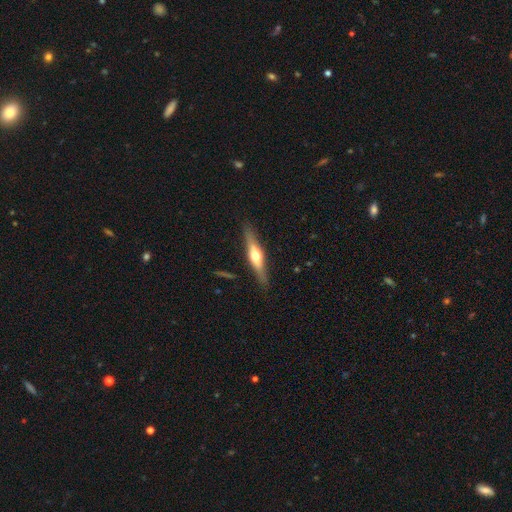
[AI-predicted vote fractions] A featured or disk galaxy (64%) viewed edge-on (95%) with a rounded central bulge (93%). Merging: none (87%).